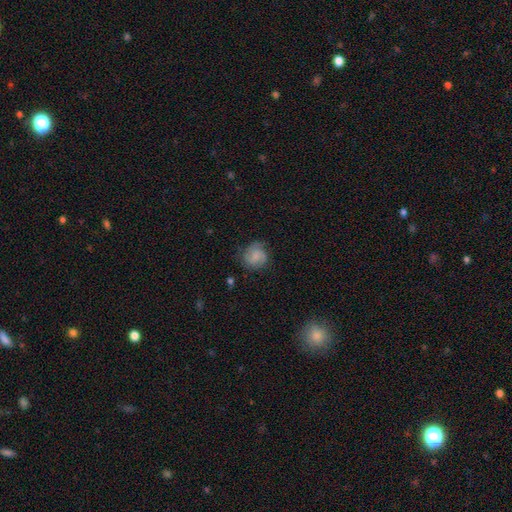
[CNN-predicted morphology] A featured or disk galaxy (50%). Merging: none (72%).